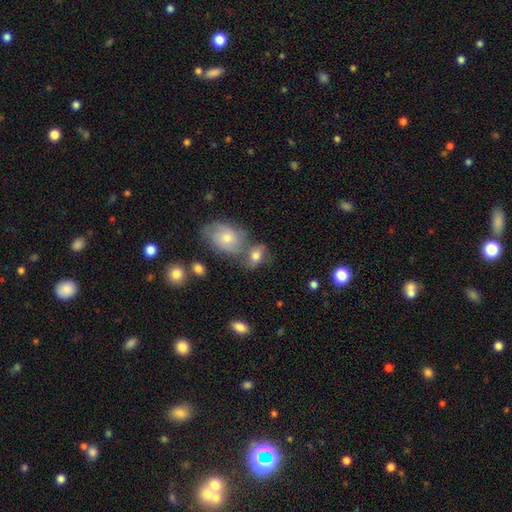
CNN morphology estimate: This is likely a smooth galaxy (61%). How rounded: likely in between (77%). Merging: marginally merger (41%).